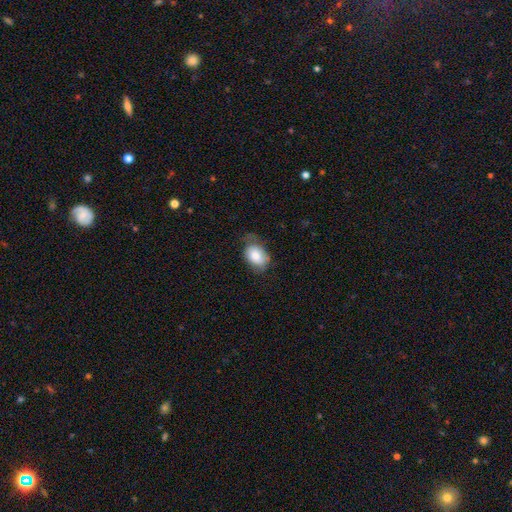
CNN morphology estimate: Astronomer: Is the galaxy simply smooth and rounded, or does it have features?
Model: smooth — 77%.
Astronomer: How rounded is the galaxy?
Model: in between — 81%.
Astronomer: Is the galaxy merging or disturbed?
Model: none — 49% (runner-up: minor disturbance, 35%).